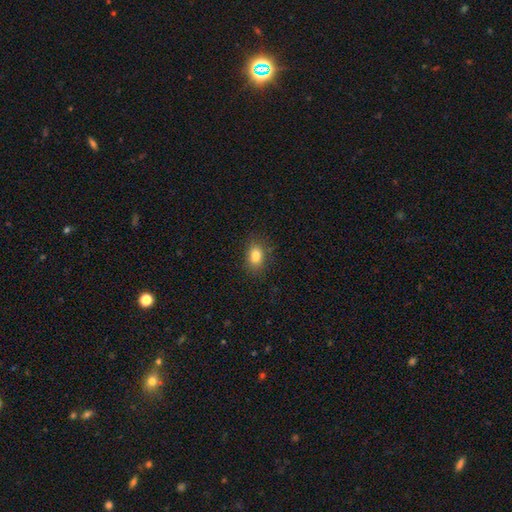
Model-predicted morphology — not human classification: This is clearly a smooth galaxy (83%). How rounded: likely in between (78%). Merging: clearly none (83%).